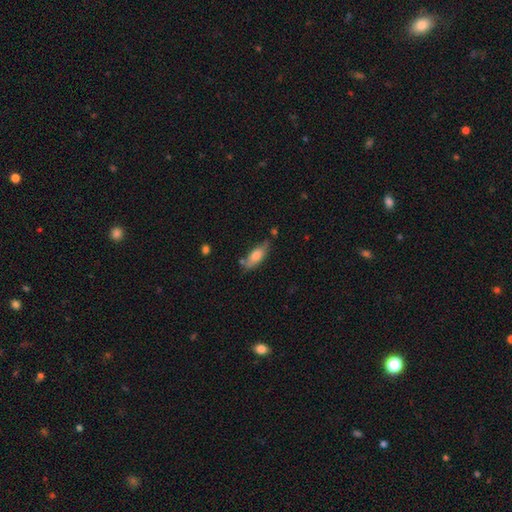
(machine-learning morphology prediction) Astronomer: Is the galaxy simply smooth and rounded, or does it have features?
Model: smooth — 67%.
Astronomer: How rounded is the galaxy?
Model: in between — 68%.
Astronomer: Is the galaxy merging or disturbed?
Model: none — 65%.